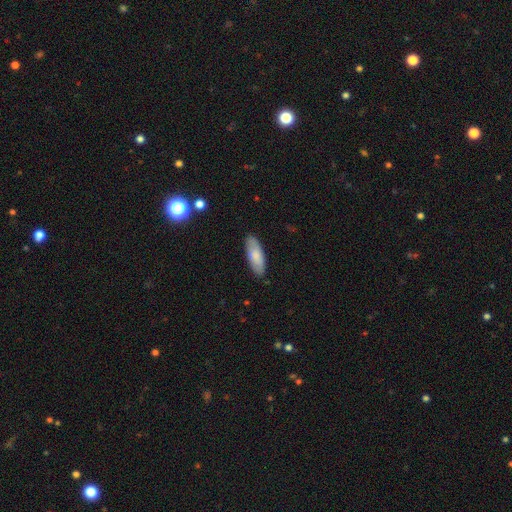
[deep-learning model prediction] The model was most divided on "how rounded": in between: 69%, cigar-shaped: 29%, round: 2%. More confident: merging — none (84%); smooth or featured — smooth (80%).